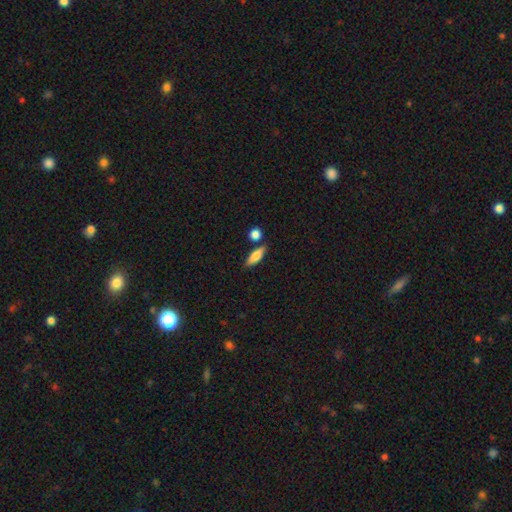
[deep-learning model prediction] smooth 76%, featured or disk 17%, star or artifact 7%. Down the decision tree: how rounded — in between (60%); merging — none (75%).